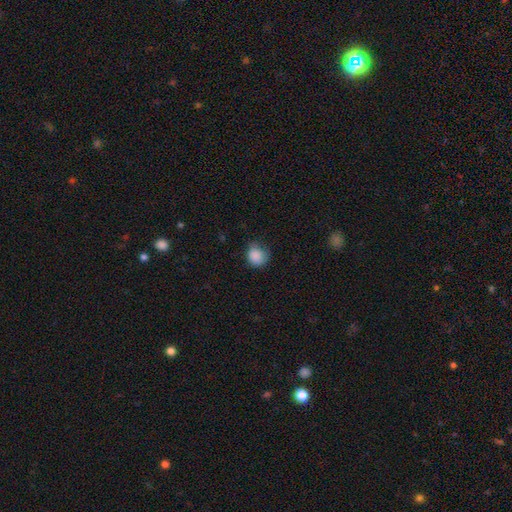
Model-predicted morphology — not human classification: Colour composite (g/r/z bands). It shows a smooth galaxy with no disk features (86%) that is round (79%). Merging: none (55%).